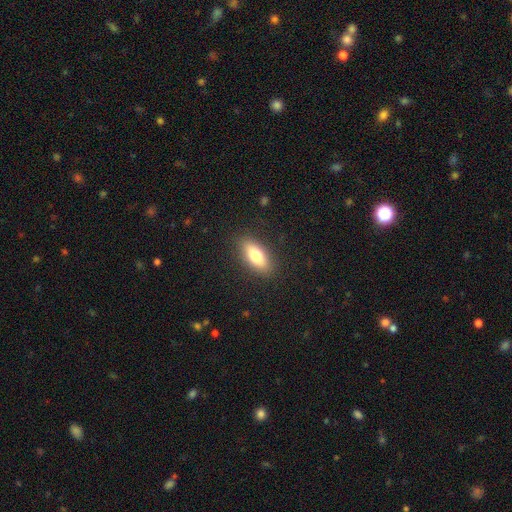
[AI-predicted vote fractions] This appears to be a smooth galaxy with no disk features (75%) that is in between round and cigar-shaped (77%). Merging: none (87%).